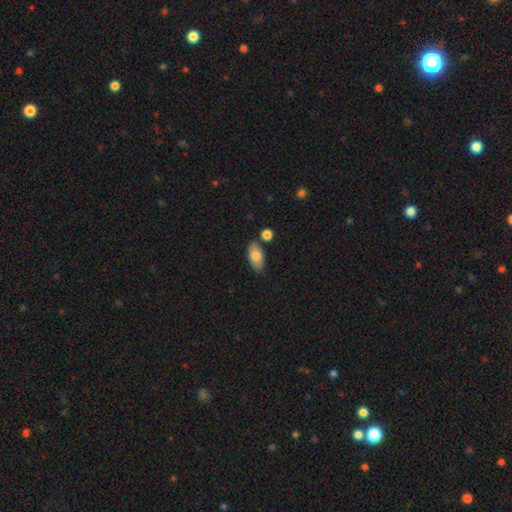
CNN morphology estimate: smooth_or_featured: smooth (p=0.83) [alt: featured or disk p=0.11]
how_rounded: in between (p=0.92) [alt: cigar-shaped p=0.05]
merging: none (p=0.78) [alt: minor disturbance p=0.12]